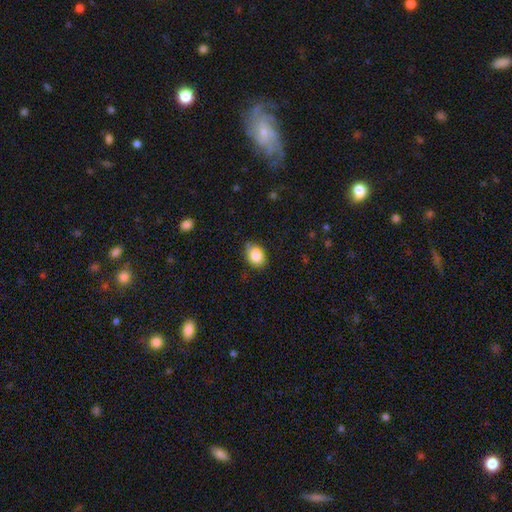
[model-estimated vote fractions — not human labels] This appears to be a smooth galaxy with no disk features (85%) that is in between round and cigar-shaped (65%). Merging: none (77%).